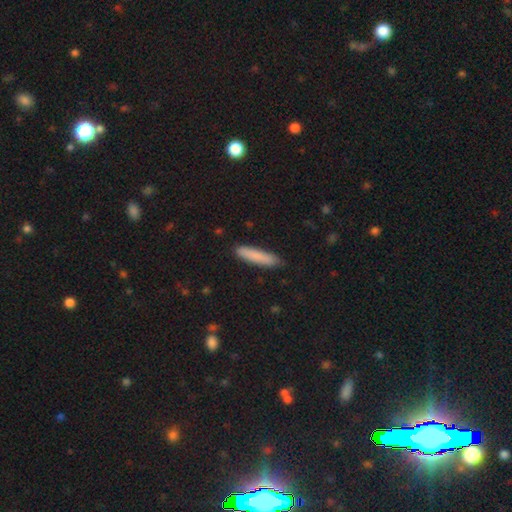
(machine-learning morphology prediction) The model was most divided on "smooth or featured": smooth: 84%, featured or disk: 10%, star or artifact: 6%. More confident: merging — none (87%); how rounded — cigar-shaped (87%).